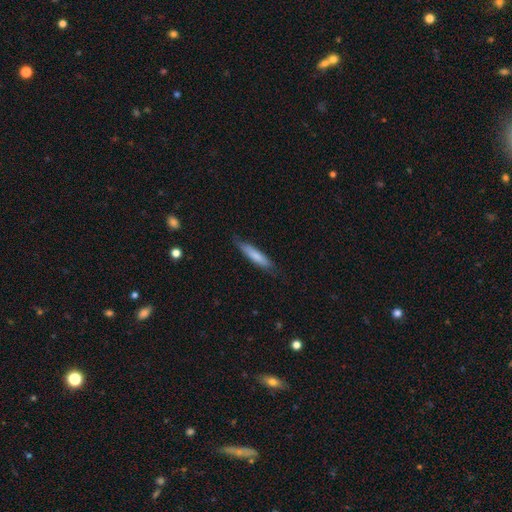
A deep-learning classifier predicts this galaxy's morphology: A smooth galaxy with no disk features (74%) that is cigar-shaped (84%).

Vote fractions:
- Smooth or featured? smooth: 74% / featured or disk: 20% / star or artifact: 5%
- How rounded? cigar-shaped: 84% / in between: 15% / round: 1%
- Merging? none: 78% / minor disturbance: 18% / major disturbance: 3% / merger: 1%